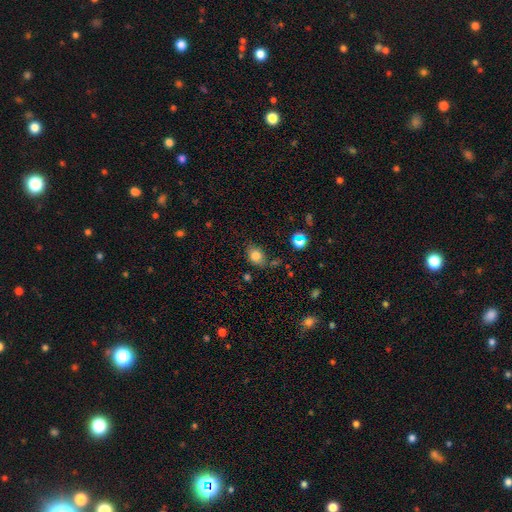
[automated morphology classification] The model was most divided on "how rounded": in between: 60%, round: 39%, cigar-shaped: 1%. More confident: smooth or featured — smooth (79%); merging — none (71%).